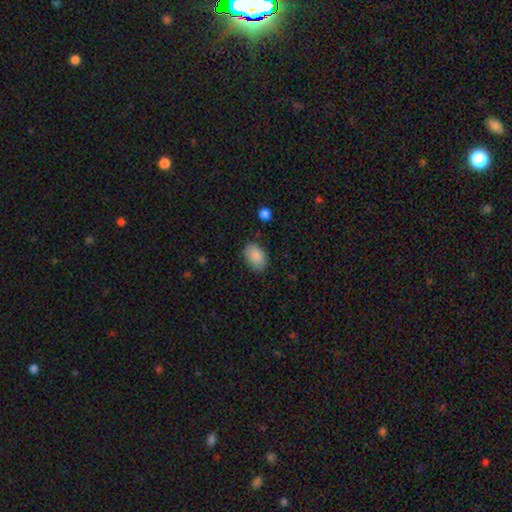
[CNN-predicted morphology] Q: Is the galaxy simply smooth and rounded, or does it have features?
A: smooth — 87%.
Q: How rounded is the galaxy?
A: in between — 90%.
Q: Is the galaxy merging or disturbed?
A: none — 84%.